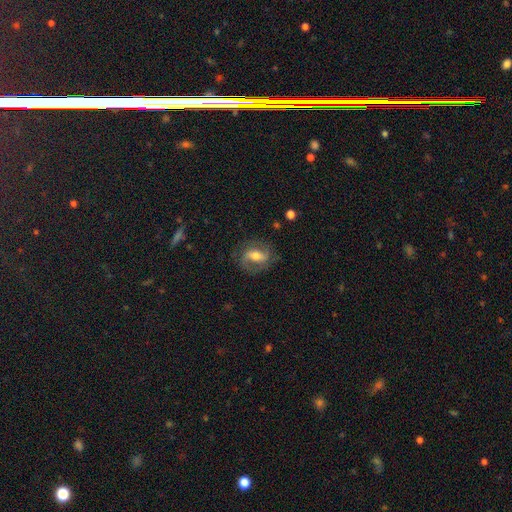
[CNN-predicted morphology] featured or disk 66%, smooth 26%, star or artifact 7%. Down the decision tree: edge-on disk — no (94%); bar — strong (39%, tied with weak); spiral arms — yes (84%); spiral arm count — 2 (82%); spiral winding — medium (47%); bulge size — moderate (62%); merging — none (73%).